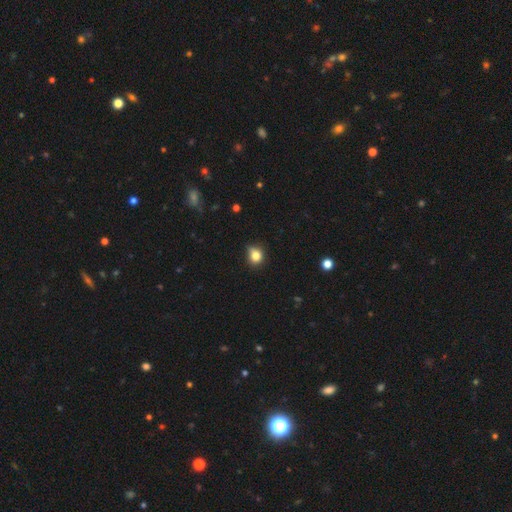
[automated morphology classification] Smooth or featured? Predicted: smooth (p=0.81). How rounded? Predicted: round (p=0.73). Merging? Predicted: none (p=0.68).